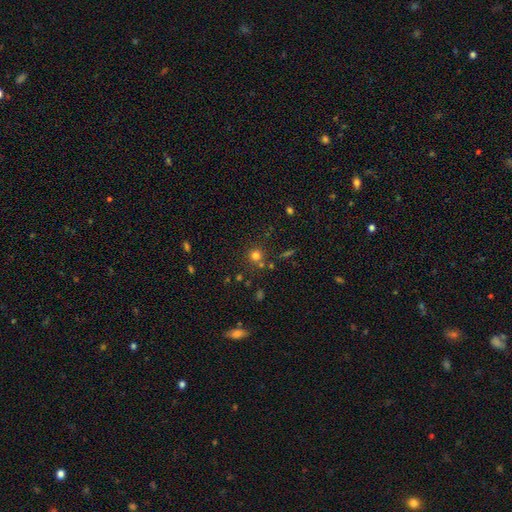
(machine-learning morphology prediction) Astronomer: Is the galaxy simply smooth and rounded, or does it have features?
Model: smooth — 72%.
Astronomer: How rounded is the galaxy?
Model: round — 92%.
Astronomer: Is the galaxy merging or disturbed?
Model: none — 72%.